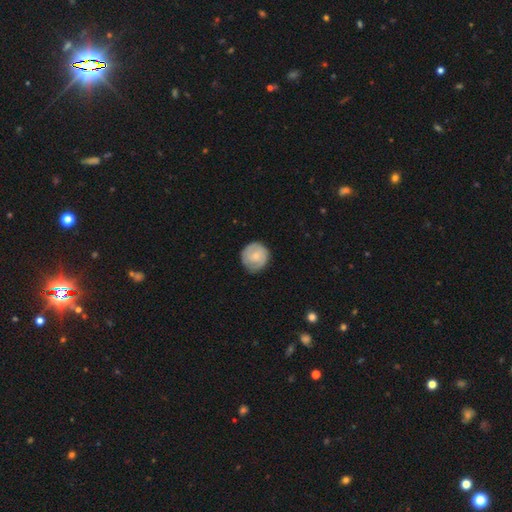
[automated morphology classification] The model was most divided on "smooth or featured": smooth: 56%, featured or disk: 38%, star or artifact: 6%. More confident: how rounded — round (90%); merging — none (76%).